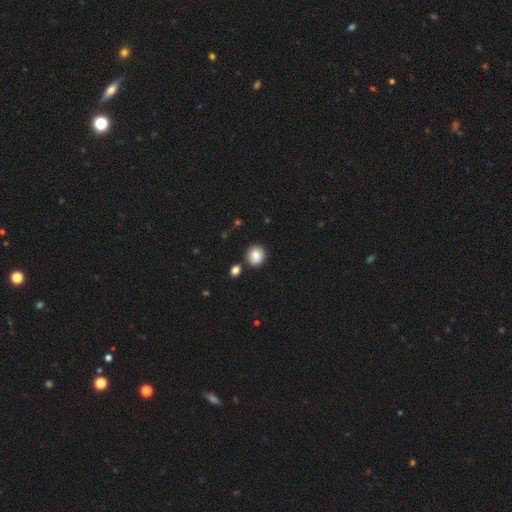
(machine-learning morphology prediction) type=smooth (84%); roundness=round (81%); merging=none (80%).